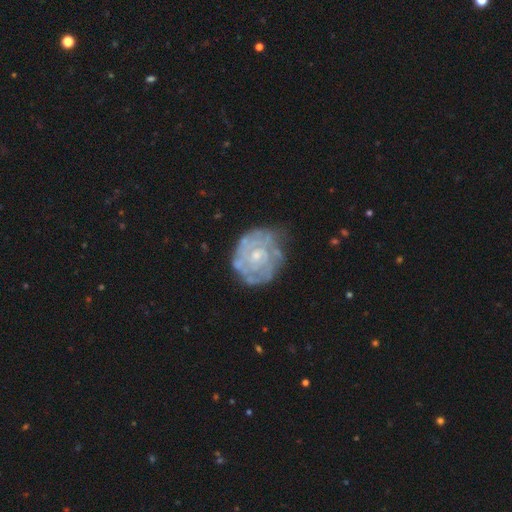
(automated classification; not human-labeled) Overall: featured or disk (78%). Edge-on disk: no (98%). Bar: no (75%). Spiral arms: yes (78%). Spiral arm count: can't tell (54%; 2 18%). Spiral winding: tight (74%). Bulge size: small (62%; moderate 31%). Merging: none (62%; minor disturbance 25%).